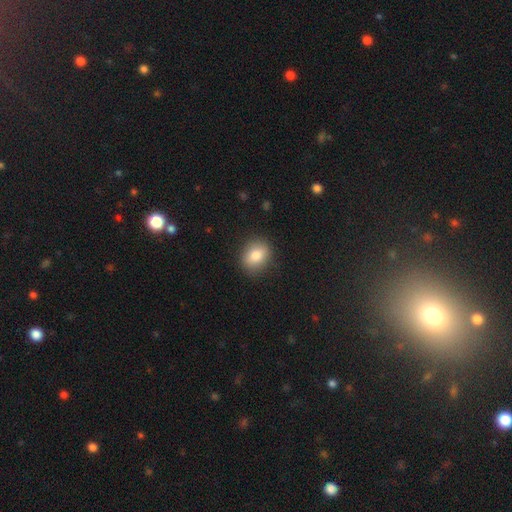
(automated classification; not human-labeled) The model was most divided on "how rounded" (2-way tie): round: 49%, in between: 49%, cigar-shaped: 1%. More confident: merging — none (87%); smooth or featured — smooth (82%).